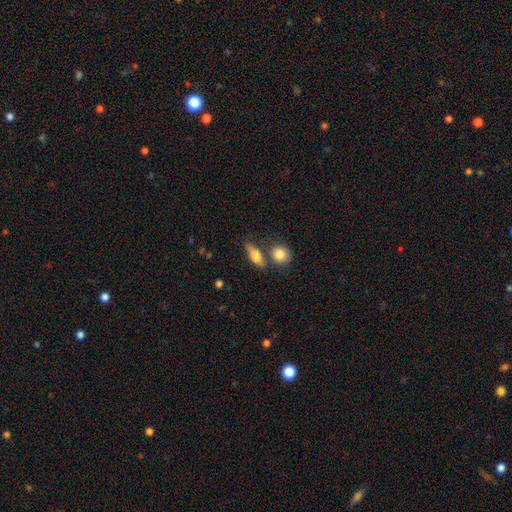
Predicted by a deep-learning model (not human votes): smooth 66%, featured or disk 27%, star or artifact 7%. Down the decision tree: how rounded — in between (58%); merging — none (64%).